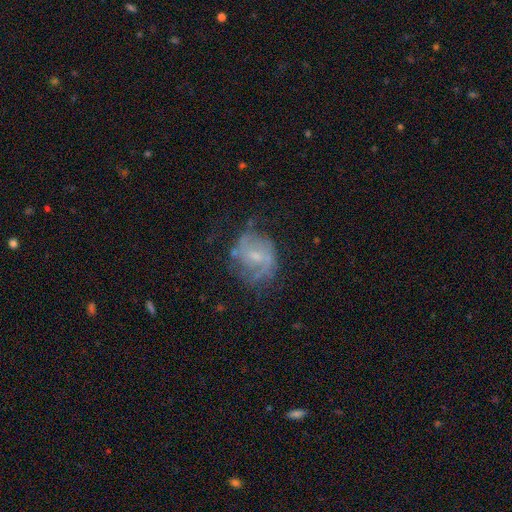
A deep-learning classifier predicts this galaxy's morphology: Smooth or featured? featured or disk (66%)
Edge-on disk? no (97%)
Bar? weak (45%)
Spiral arms? yes (75%)
Bulge size? small (61%)
Merging? none (61%)